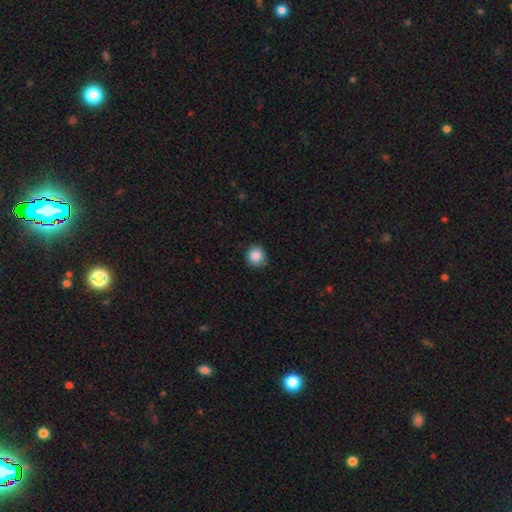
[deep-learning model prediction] This is clearly a smooth galaxy (87%). How rounded: clearly round (88%). Merging: clearly none (85%).